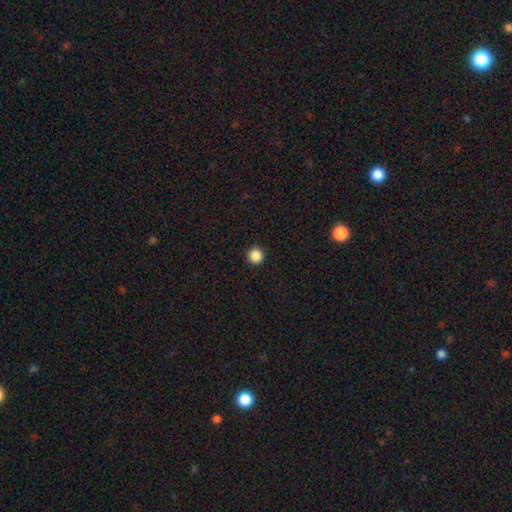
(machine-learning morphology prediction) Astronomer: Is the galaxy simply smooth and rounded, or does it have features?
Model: smooth — 88%.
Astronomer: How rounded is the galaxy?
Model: round — 96%.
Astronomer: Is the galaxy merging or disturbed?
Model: none — 93%.